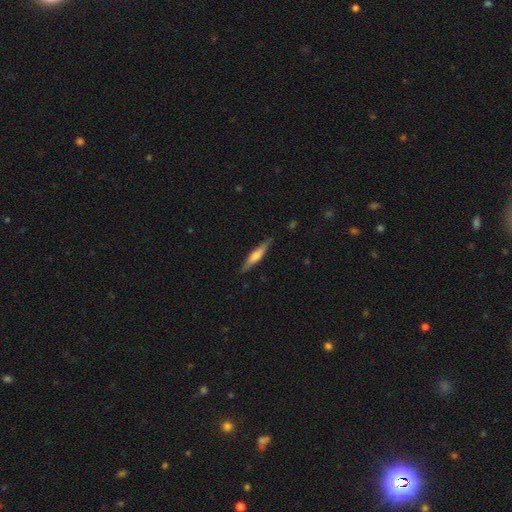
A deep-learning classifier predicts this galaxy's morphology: The model was most divided on "smooth or featured": featured or disk: 49%, smooth: 45%, star or artifact: 5%. More confident: merging — none (87%).